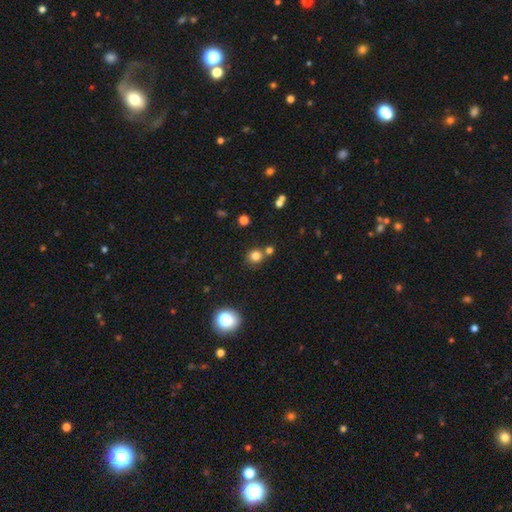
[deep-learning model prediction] Smooth or featured: smooth — 79% (star or artifact — 15%)
How rounded: round — 87% (in between — 12%)
Merging: none — 68% (merger — 21%)